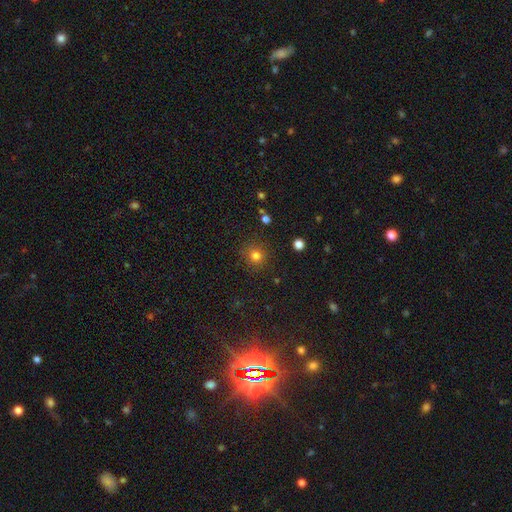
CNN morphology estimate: type=smooth (78%); roundness=round (92%); merging=none (87%).